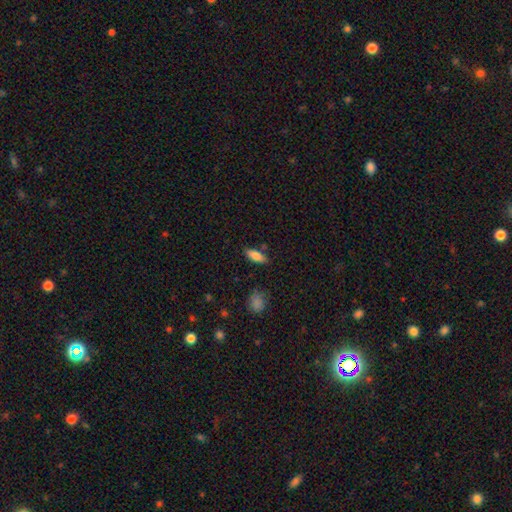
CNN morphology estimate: The model was most divided on "how rounded": in between: 76%, cigar-shaped: 22%, round: 2%. More confident: smooth or featured — smooth (84%); merging — none (80%).